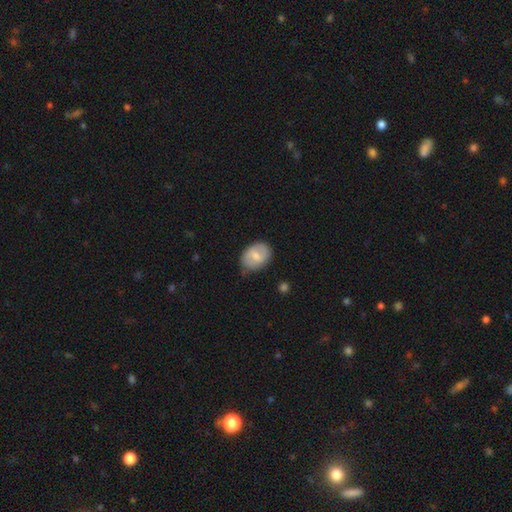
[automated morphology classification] This appears to be a smooth galaxy with no disk features (61%) that is in between round and cigar-shaped (71%). Merging: none (65%).